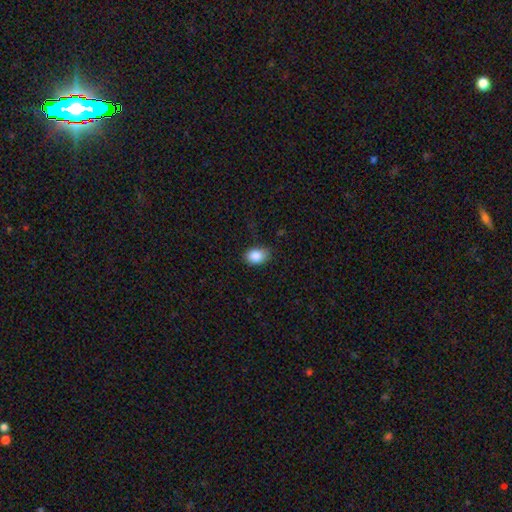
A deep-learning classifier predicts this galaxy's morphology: type=smooth (88%); roundness=in between (77%); merging=none (76%).